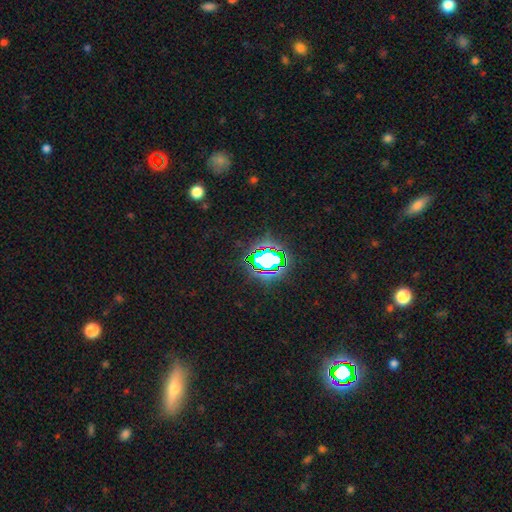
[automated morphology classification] A star or artifact, not a galaxy (77%).